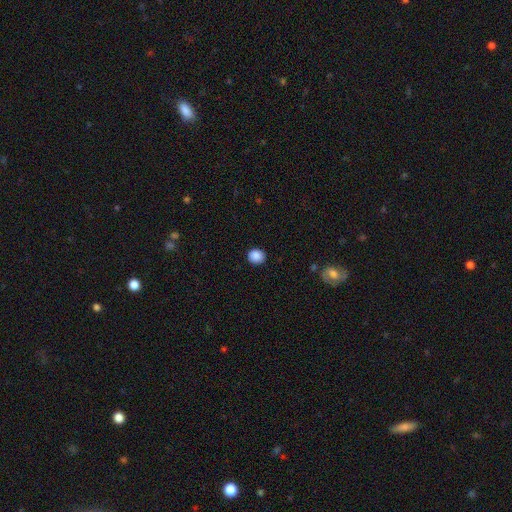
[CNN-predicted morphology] Overall: smooth (88%). How rounded: round (78%). Merging: none (90%).